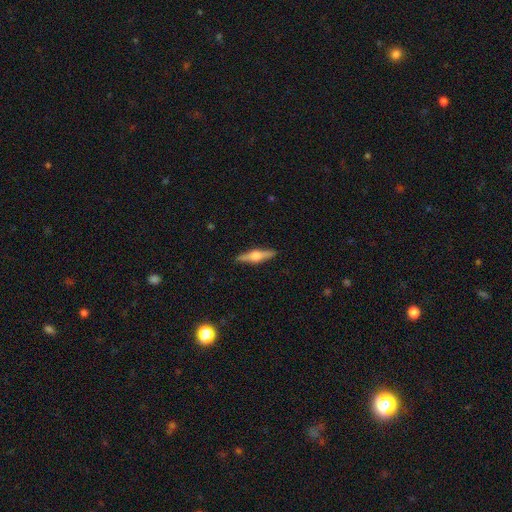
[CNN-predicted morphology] The model was most divided on "smooth or featured": featured or disk: 66%, smooth: 28%, star or artifact: 6%. More confident: edge-on disk — yes (97%); edge-on bulge — rounded (91%); merging — none (90%).